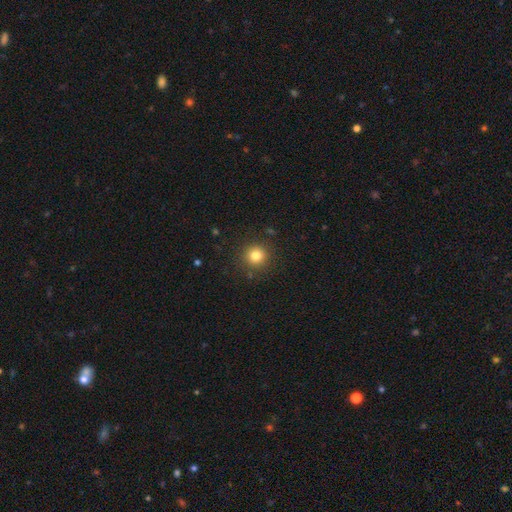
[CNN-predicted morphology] This is clearly a smooth galaxy (81%). How rounded: clearly round (94%). Merging: clearly none (89%).